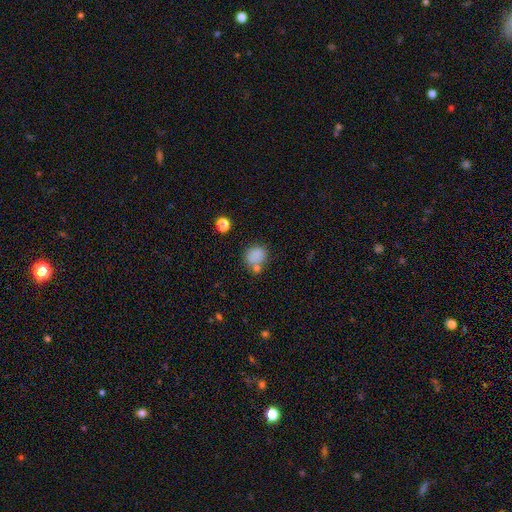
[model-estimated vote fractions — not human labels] Smooth or featured? Predicted: smooth (p=0.81). How rounded? Predicted: round (p=0.75). Merging? Predicted: none (p=0.58).